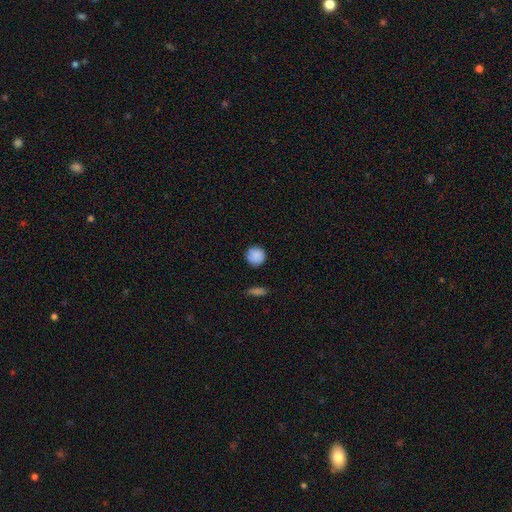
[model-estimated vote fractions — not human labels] Smooth or featured? smooth (88%)
How rounded? round (94%)
Merging? none (88%)